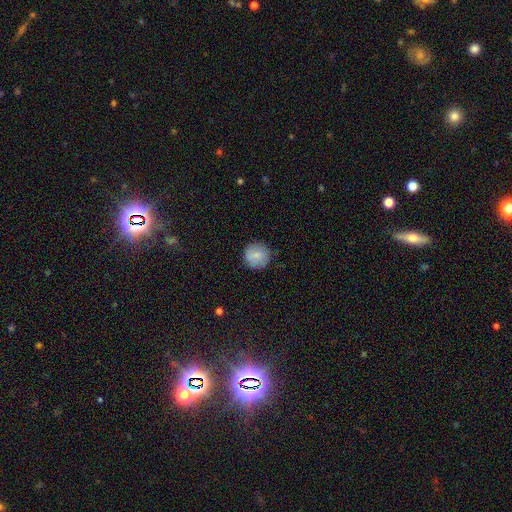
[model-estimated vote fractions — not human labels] smooth 81%, featured or disk 12%, star or artifact 8%. Down the decision tree: how rounded — round (95%); merging — none (88%).